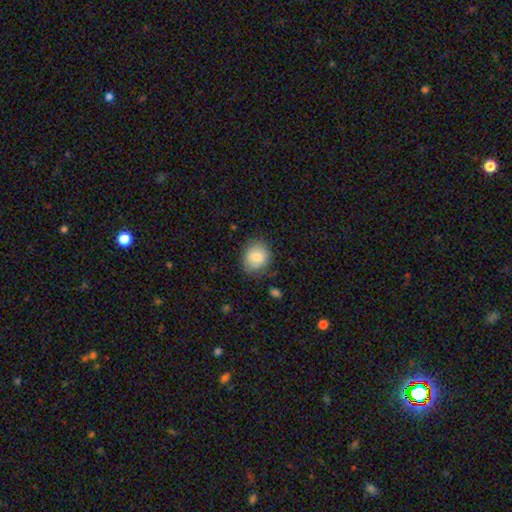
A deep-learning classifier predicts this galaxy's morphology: The model was most divided on "how rounded": round: 64%, in between: 35%, cigar-shaped: 1%. More confident: merging — none (78%); smooth or featured — smooth (77%).